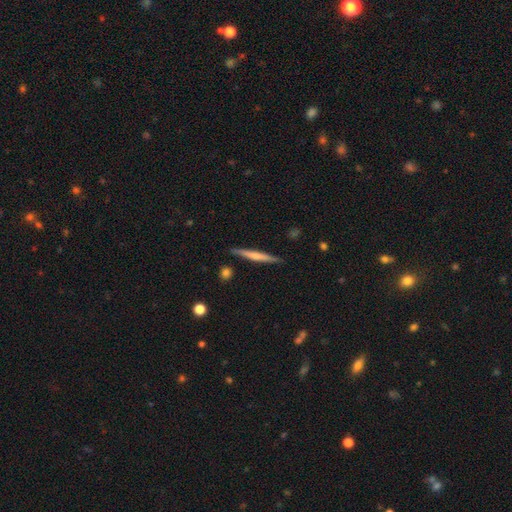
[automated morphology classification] This is possibly a featured or disk galaxy (47%, tied with smooth). Merging: clearly none (88%).